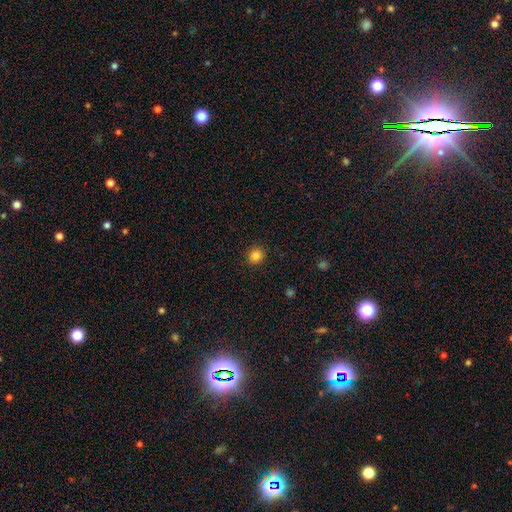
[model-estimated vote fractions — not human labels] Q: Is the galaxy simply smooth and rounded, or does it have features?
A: smooth — 84%.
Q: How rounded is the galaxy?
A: round — 87%.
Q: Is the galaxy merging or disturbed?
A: none — 91%.